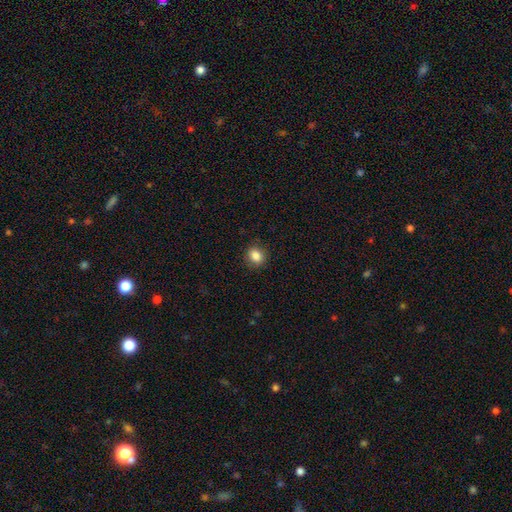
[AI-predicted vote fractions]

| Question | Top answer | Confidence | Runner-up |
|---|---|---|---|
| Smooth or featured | smooth | 85% | star or artifact (10%) |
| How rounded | round | 70% | in between (29%) |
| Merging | none | 88% | minor disturbance (8%) |